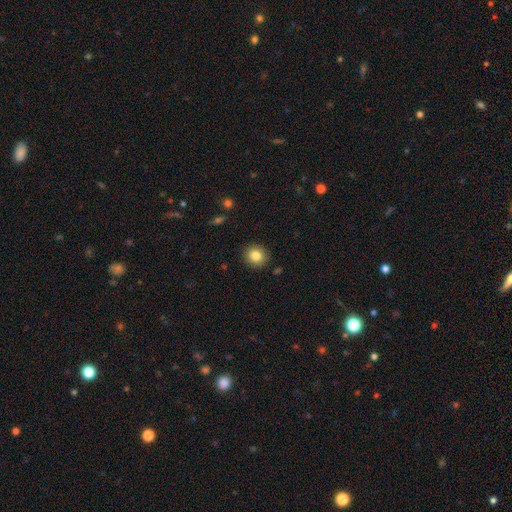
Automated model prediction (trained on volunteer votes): smooth 84%, star or artifact 10%, featured or disk 7%. Down the decision tree: how rounded — round (88%); merging — none (90%).